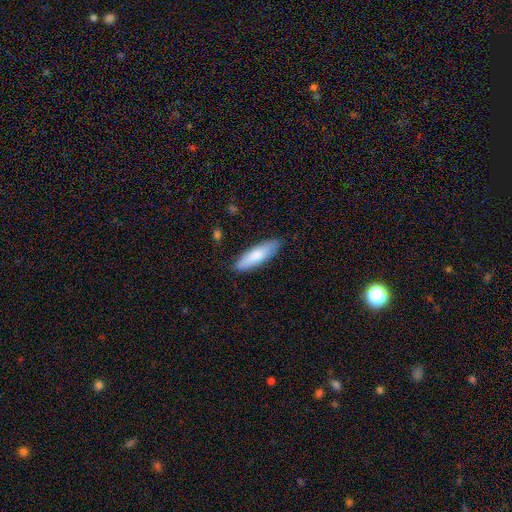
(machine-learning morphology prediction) Smooth or featured? smooth (81%)
How rounded? cigar-shaped (60%)
Merging? none (86%)